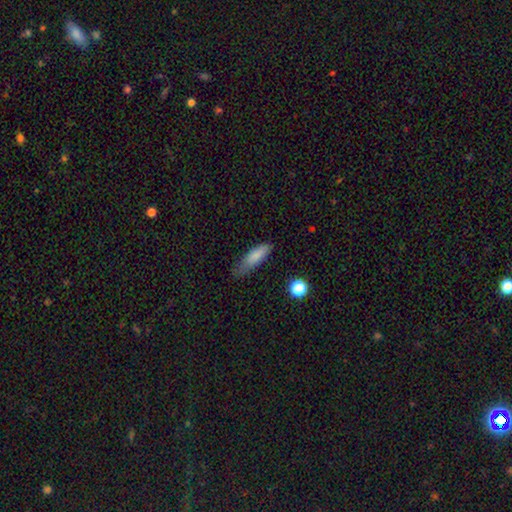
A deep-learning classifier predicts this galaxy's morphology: Overall: smooth (82%). How rounded: in between (50%; cigar-shaped 48%). Merging: none (56%; minor disturbance 33%).